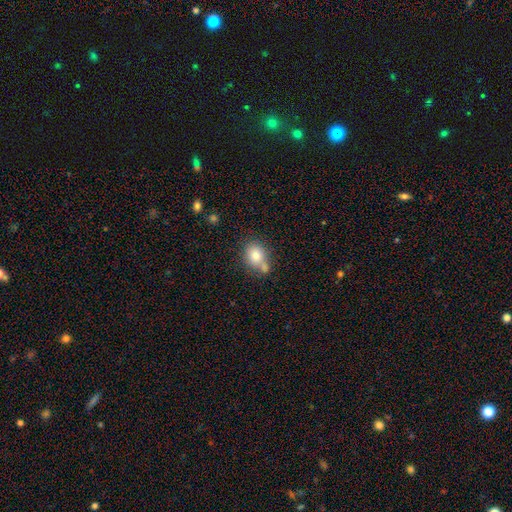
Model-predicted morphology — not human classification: smooth 80%, featured or disk 10%, star or artifact 10%. Down the decision tree: how rounded — round (53%); merging — none (53%).